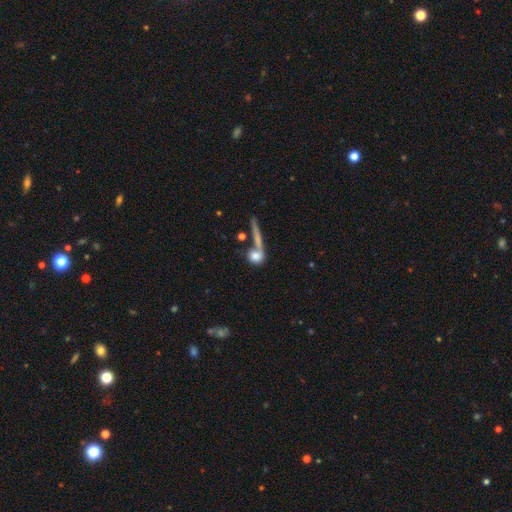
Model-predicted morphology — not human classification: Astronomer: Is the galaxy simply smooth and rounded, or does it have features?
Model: smooth — 70%.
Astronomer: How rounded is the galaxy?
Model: round — 59%.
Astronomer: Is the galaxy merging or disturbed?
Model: none — 43% (runner-up: merger, 31%).